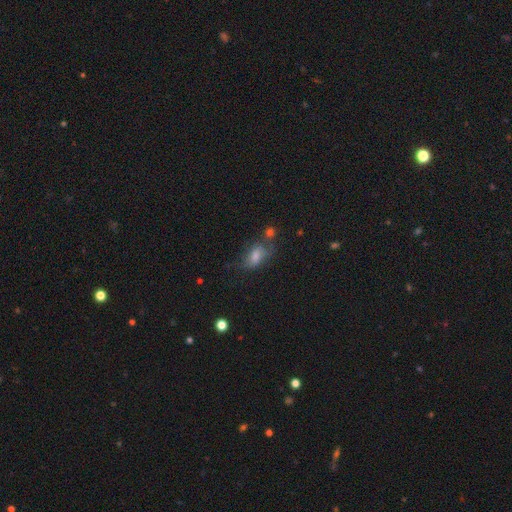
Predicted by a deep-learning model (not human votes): A smooth galaxy with no disk features (57%) that is in between round and cigar-shaped (81%).

Vote fractions:
- Smooth or featured? smooth: 57% / featured or disk: 24% / star or artifact: 19%
- How rounded? in between: 81% / round: 12% / cigar-shaped: 7%
- Merging? none: 51% / minor disturbance: 24% / major disturbance: 12% / merger: 12%